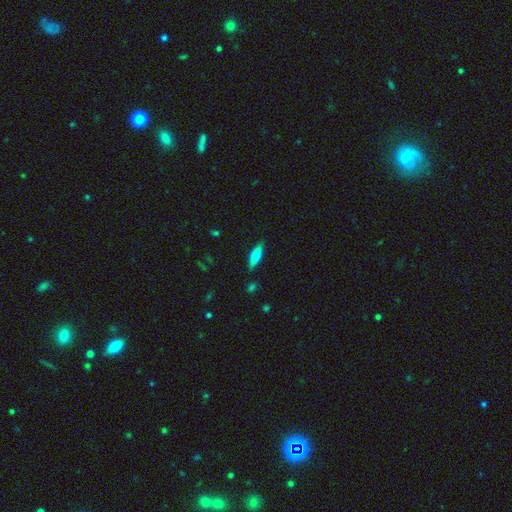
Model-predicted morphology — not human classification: smooth_or_featured: smooth (p=0.65) [alt: featured or disk p=0.29]
how_rounded: cigar-shaped (p=0.60) [alt: in between p=0.38]
merging: none (p=0.86) [alt: minor disturbance p=0.10]